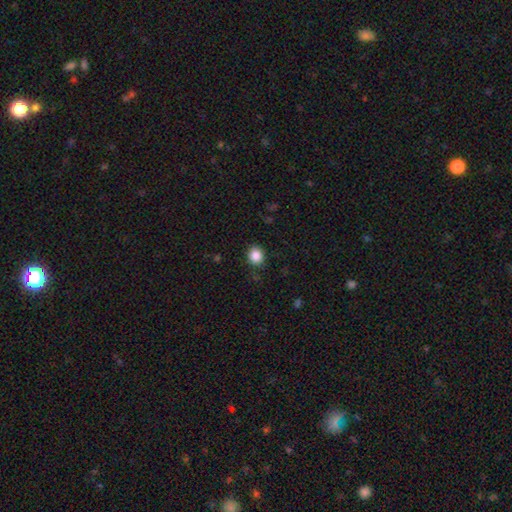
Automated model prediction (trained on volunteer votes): smooth-or-featured: smooth: 86% | star or artifact: 10% | featured or disk: 4%
  how-rounded: round: 75% | in between: 24% | cigar-shaped: 1%
  merging: none: 87% | minor disturbance: 10% | major disturbance: 2% | merger: 1%